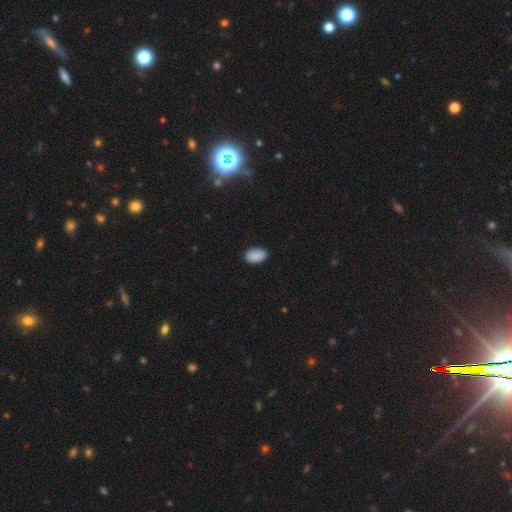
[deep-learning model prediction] smooth 90%, star or artifact 7%, featured or disk 2%. Down the decision tree: how rounded — in between (93%); merging — none (88%).